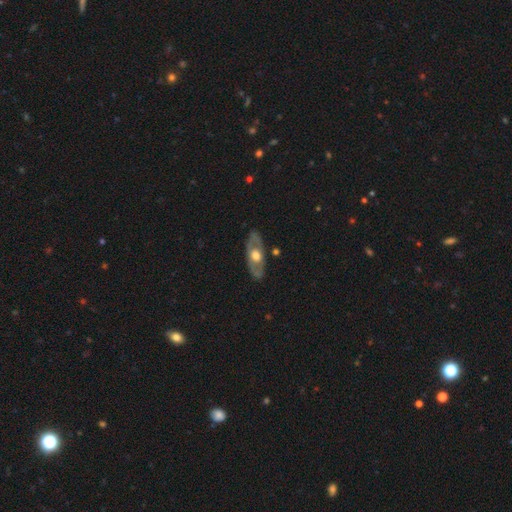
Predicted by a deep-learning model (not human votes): Overall: featured or disk (61%; smooth 34%). Edge-on disk: no (75%). Merging: none (82%).